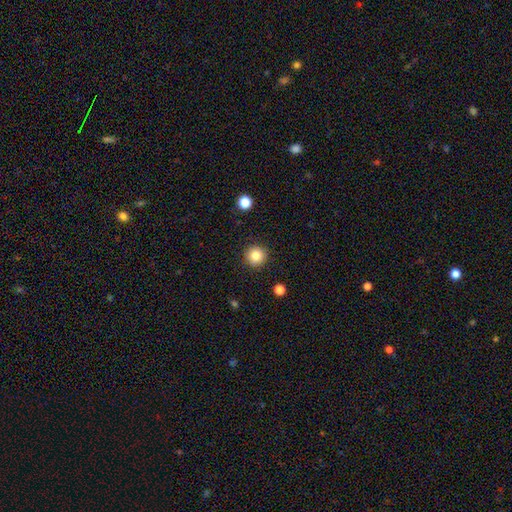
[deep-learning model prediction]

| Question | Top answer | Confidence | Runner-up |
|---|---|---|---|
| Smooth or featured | smooth | 83% | star or artifact (11%) |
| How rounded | round | 95% | in between (4%) |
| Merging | none | 91% | minor disturbance (6%) |